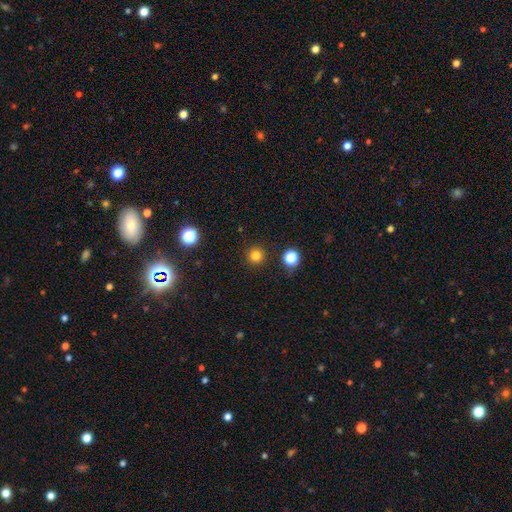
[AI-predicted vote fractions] Morphology: type=smooth (80%); roundness=round (96%); merging=none (91%).